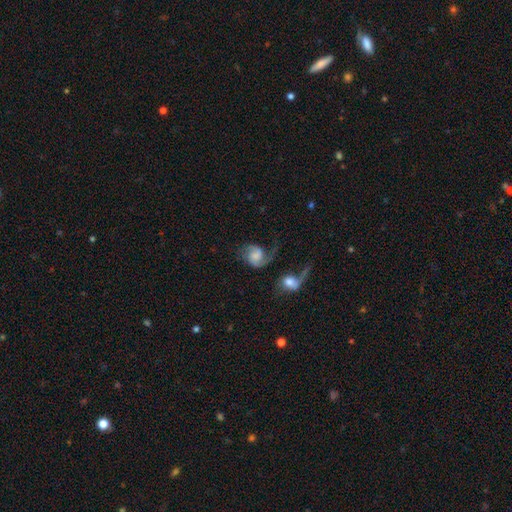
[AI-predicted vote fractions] Q: Smooth or featured?
A: featured or disk (74%); runner-up: smooth (19%)
Q: Edge-on disk?
A: no (98%); runner-up: yes (2%)
Q: Bar?
A: no (59%); runner-up: weak (34%)
Q: Spiral arms?
A: yes (94%); runner-up: no (6%)
Q: Spiral winding?
A: medium (42%); runner-up: loose (41%)
Q: Spiral arm count?
A: 2 (79%); runner-up: 1 (13%)
Q: Bulge size?
A: moderate (29%); runner-up: none (28%)
Q: Merging?
A: none (38%); runner-up: major disturbance (23%)